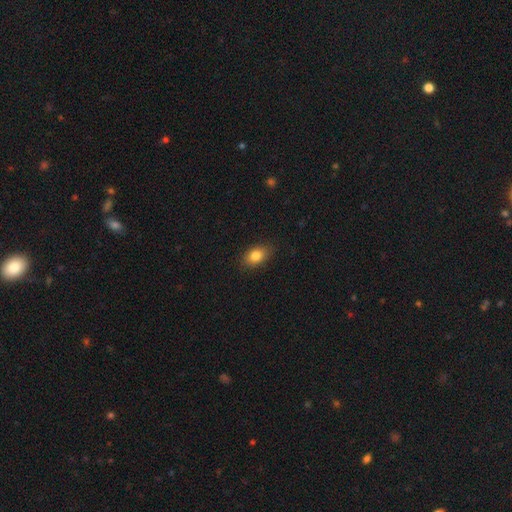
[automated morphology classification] This appears to be a smooth galaxy with no disk features (83%) that is in between round and cigar-shaped (83%). Merging: none (86%).